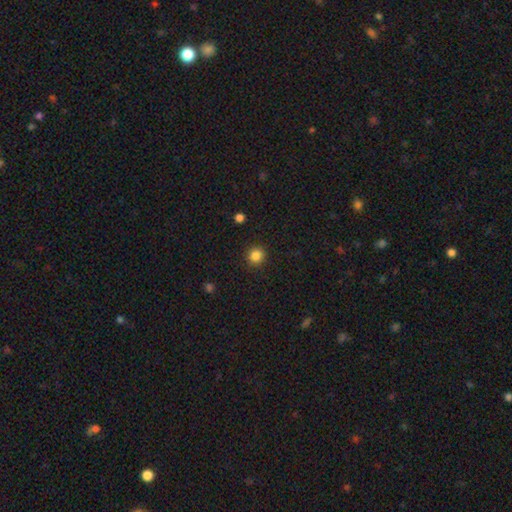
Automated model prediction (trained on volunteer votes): Q: Smooth or featured?
A: smooth (85%); runner-up: star or artifact (11%)
Q: How rounded?
A: round (91%); runner-up: in between (8%)
Q: Merging?
A: none (91%); runner-up: minor disturbance (6%)